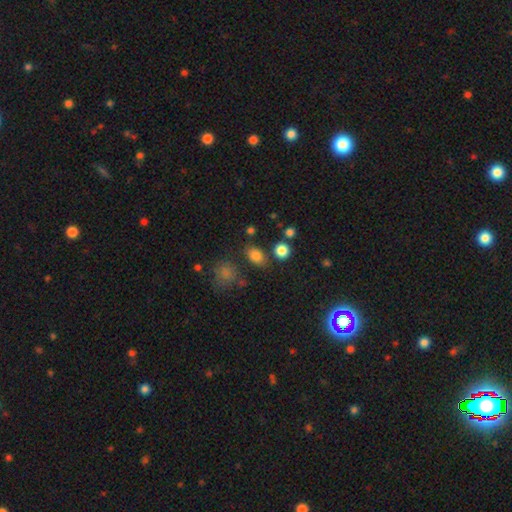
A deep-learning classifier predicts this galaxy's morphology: This is clearly a smooth galaxy (81%). How rounded: likely in between (62%). Merging: likely none (77%).